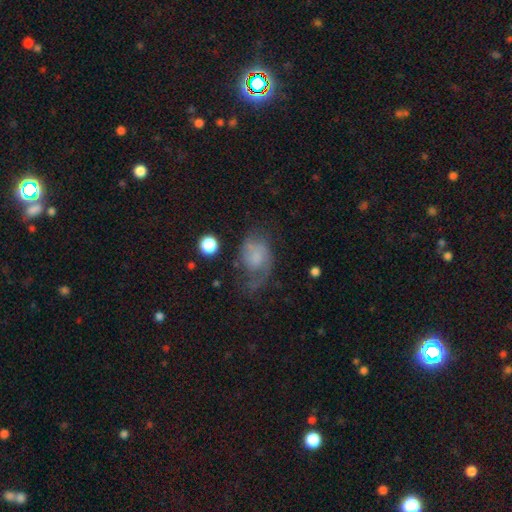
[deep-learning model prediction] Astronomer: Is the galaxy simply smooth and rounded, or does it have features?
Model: featured or disk — 51% (runner-up: smooth, 38%).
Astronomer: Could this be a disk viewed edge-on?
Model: no — 97%.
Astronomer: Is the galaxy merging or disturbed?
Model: none — 38% (runner-up: major disturbance, 33%).